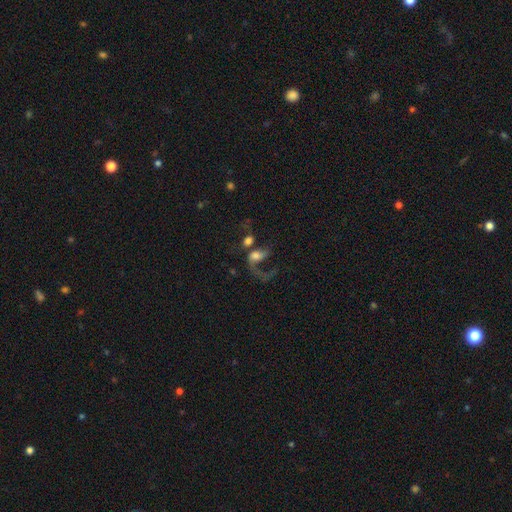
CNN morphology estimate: Q: Smooth or featured?
A: featured or disk (55%); runner-up: smooth (34%)
Q: Edge-on disk?
A: no (96%); runner-up: yes (4%)
Q: Bar?
A: no (63%); runner-up: weak (27%)
Q: Spiral arms?
A: yes (73%); runner-up: no (27%)
Q: Bulge size?
A: moderate (38%); runner-up: large (27%)
Q: Merging?
A: merger (45%); runner-up: major disturbance (32%)